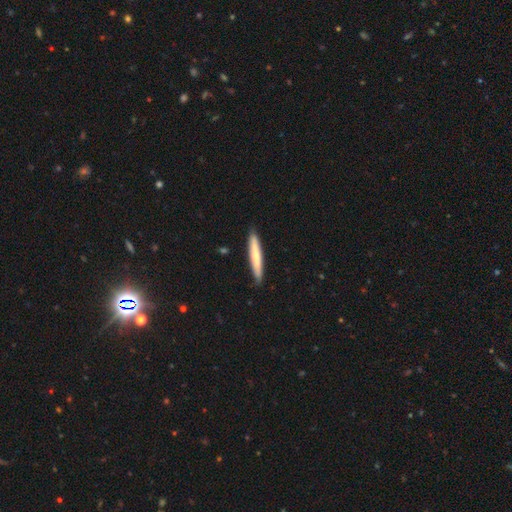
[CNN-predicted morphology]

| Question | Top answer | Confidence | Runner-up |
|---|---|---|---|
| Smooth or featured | smooth | 66% | featured or disk (29%) |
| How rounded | cigar-shaped | 94% | in between (4%) |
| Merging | none | 89% | minor disturbance (9%) |